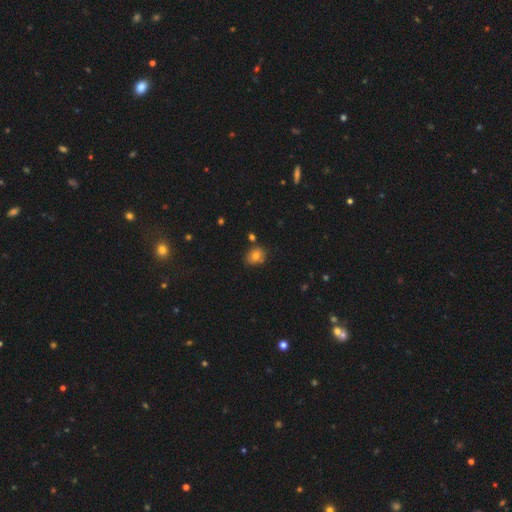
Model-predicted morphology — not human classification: A smooth galaxy with no disk features (76%) that is round (52%). Merging: none (76%).